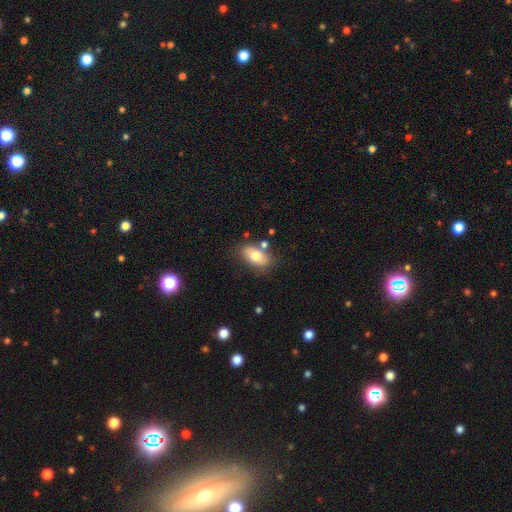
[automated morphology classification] smooth-or-featured: smooth: 72% | featured or disk: 21% | star or artifact: 8%
  how-rounded: in between: 89% | round: 8% | cigar-shaped: 3%
  merging: none: 69% | minor disturbance: 17% | merger: 10% | major disturbance: 5%